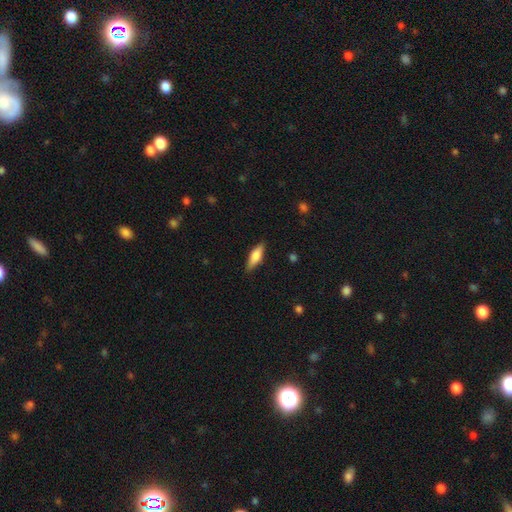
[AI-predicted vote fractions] A smooth galaxy with no disk features (65%) that is in between round and cigar-shaped (50%).

Vote fractions:
- Smooth or featured? smooth: 65% / featured or disk: 29% / star or artifact: 6%
- How rounded? in between: 50% / cigar-shaped: 47% / round: 2%
- Merging? none: 85% / minor disturbance: 12% / major disturbance: 2% / merger: 1%